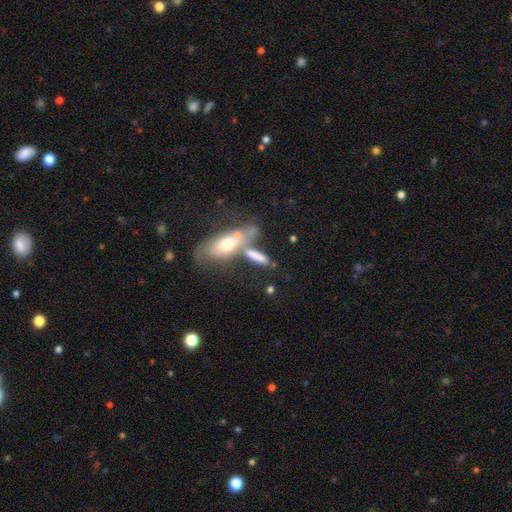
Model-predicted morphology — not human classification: A smooth galaxy with no disk features (66%) that is cigar-shaped (51%).

Vote fractions:
- Smooth or featured? smooth: 66% / featured or disk: 26% / star or artifact: 8%
- How rounded? cigar-shaped: 51% / in between: 45% / round: 4%
- Merging? merger: 41% / none: 36% / minor disturbance: 14% / major disturbance: 9%